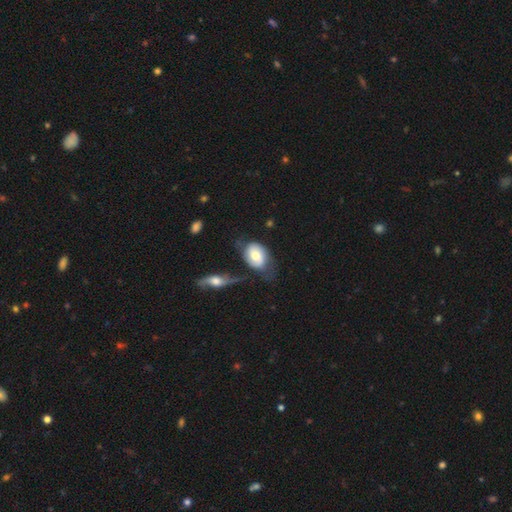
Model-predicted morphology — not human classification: This appears to be a smooth galaxy with no disk features (51%) that is in between round and cigar-shaped (75%). Merging: none (41%).